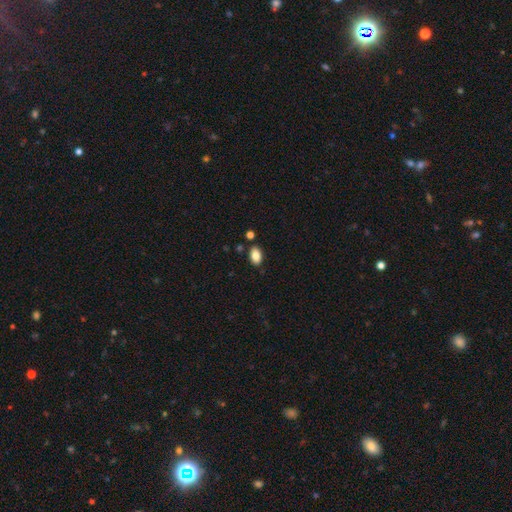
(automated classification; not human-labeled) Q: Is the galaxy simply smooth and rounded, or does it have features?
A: smooth — 84%.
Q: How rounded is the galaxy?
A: in between — 90%.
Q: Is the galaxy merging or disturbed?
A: none — 84%.